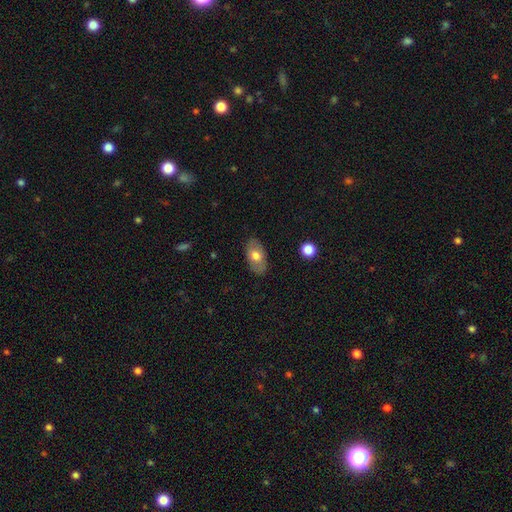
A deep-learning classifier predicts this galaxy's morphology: A smooth galaxy with no disk features (67%) that is in between round and cigar-shaped (93%).

Vote fractions:
- Smooth or featured? smooth: 67% / featured or disk: 27% / star or artifact: 6%
- How rounded? in between: 93% / round: 5% / cigar-shaped: 2%
- Merging? none: 84% / minor disturbance: 12% / major disturbance: 3% / merger: 1%